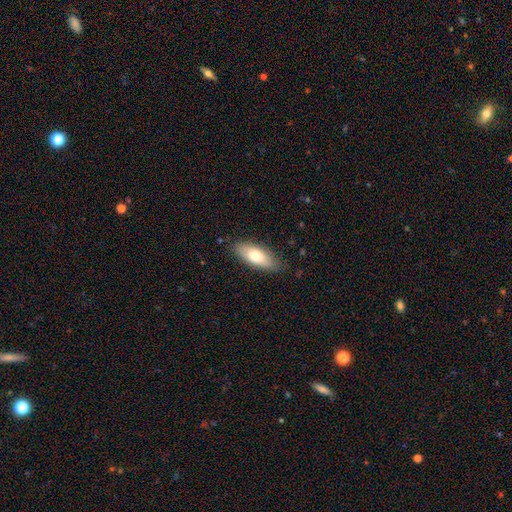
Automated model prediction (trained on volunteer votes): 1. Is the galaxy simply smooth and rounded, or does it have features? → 70% smooth, 24% featured or disk, 6% star or artifact.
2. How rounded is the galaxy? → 75% in between, 23% cigar-shaped, 2% round.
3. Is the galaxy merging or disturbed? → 83% none, 13% minor disturbance, 3% major disturbance, 1% merger.